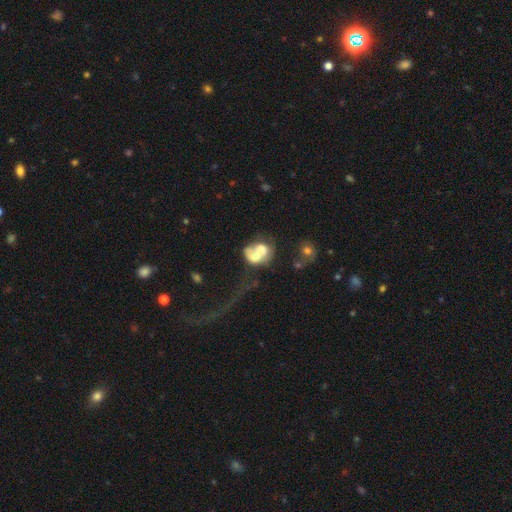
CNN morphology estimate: smooth-or-featured: smooth: 49% | featured or disk: 42% | star or artifact: 9%
  merging: merger: 61% | major disturbance: 17% | none: 14% | minor disturbance: 8%